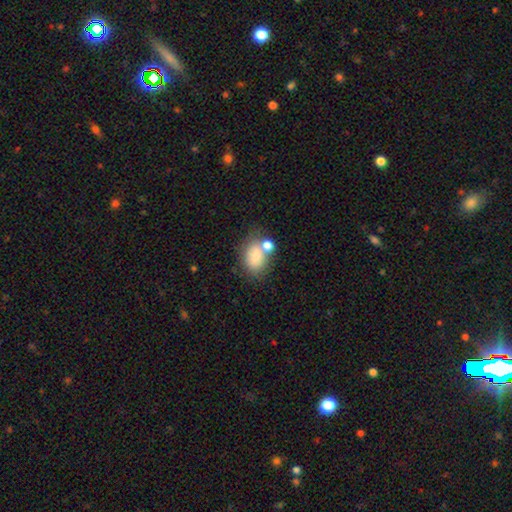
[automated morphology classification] Smooth or featured? smooth (80%)
How rounded? in between (73%)
Merging? none (50%)